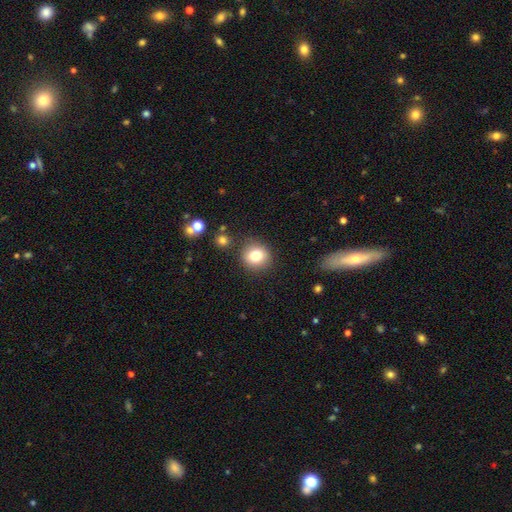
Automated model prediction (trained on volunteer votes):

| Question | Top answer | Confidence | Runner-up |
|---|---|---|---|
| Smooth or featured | smooth | 79% | star or artifact (11%) |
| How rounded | round | 86% | in between (13%) |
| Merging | none | 86% | minor disturbance (9%) |